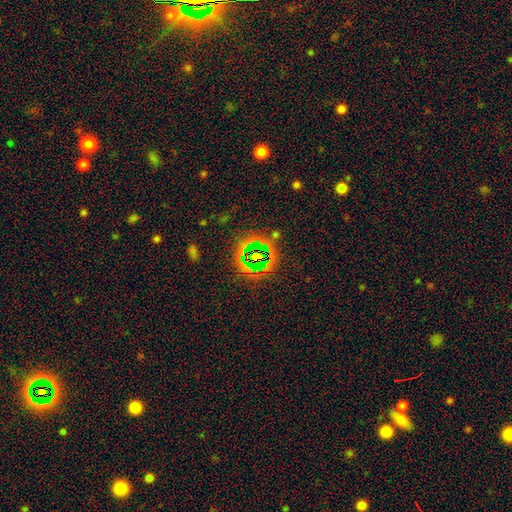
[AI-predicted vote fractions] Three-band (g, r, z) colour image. It shows a star or artifact, not a galaxy (72%).